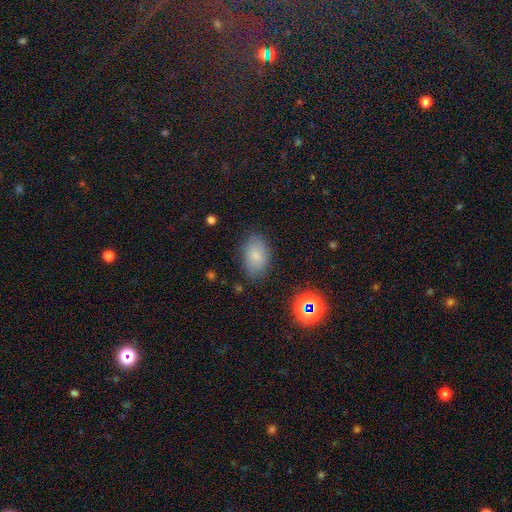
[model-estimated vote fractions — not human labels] A smooth galaxy with no disk features (79%) that is in between round and cigar-shaped (89%). Merging: none (81%).